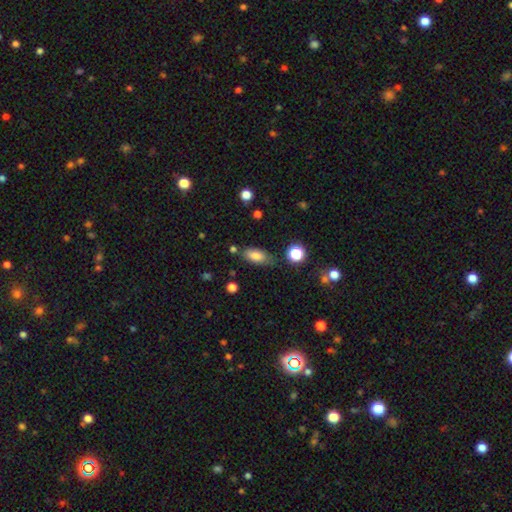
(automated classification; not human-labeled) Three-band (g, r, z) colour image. It shows a smooth galaxy with no disk features (81%) that is in between round and cigar-shaped (85%). Merging: none (72%).